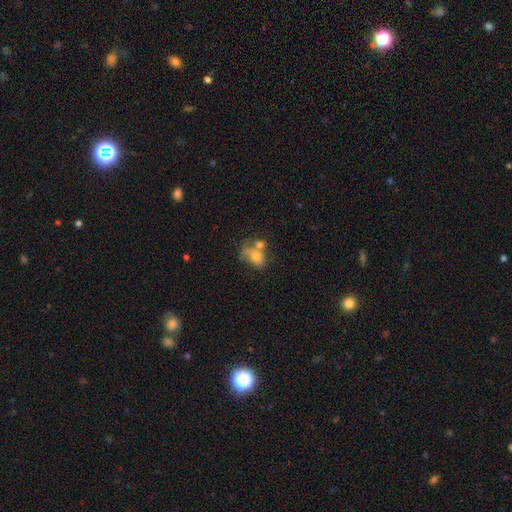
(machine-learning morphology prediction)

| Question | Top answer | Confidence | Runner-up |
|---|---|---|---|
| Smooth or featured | smooth | 62% | featured or disk (25%) |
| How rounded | in between | 70% | round (28%) |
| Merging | merger | 37% | none (28%) |